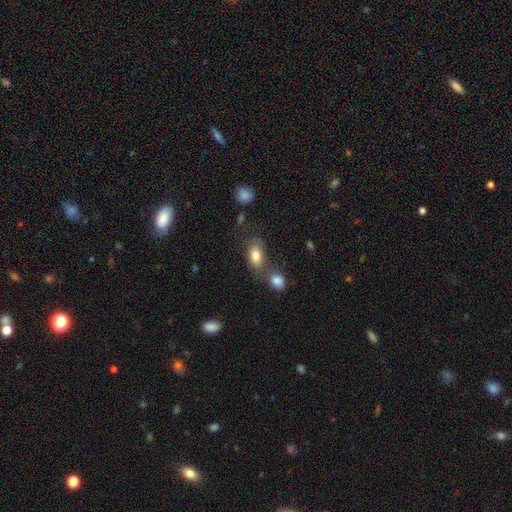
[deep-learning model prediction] Overall: smooth (82%). How rounded: in between (88%). Merging: none (54%; merger 26%).